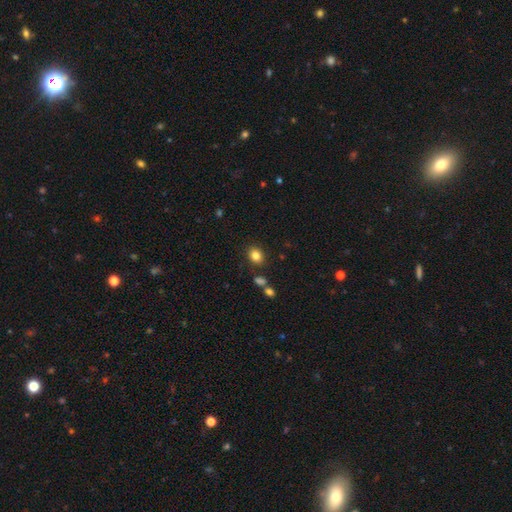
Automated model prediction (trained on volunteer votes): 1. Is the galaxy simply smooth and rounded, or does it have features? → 83% smooth, 11% star or artifact, 6% featured or disk.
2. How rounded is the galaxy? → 60% round, 39% in between, 1% cigar-shaped.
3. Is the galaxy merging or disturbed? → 83% none, 9% minor disturbance, 4% merger, 3% major disturbance.